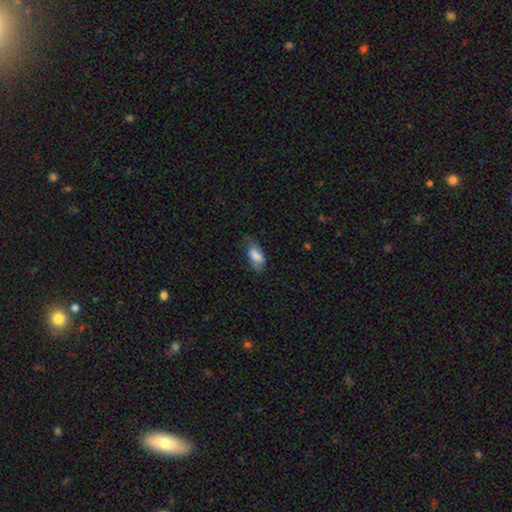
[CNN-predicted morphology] This is likely a smooth galaxy (71%). How rounded: clearly in between (86%). Merging: possibly none (54%).